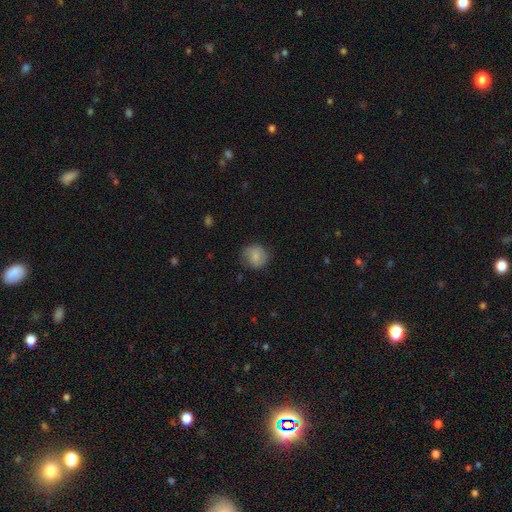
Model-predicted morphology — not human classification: Smooth or featured? Predicted: smooth (p=0.79). How rounded? Predicted: round (p=0.86). Merging? Predicted: none (p=0.78).